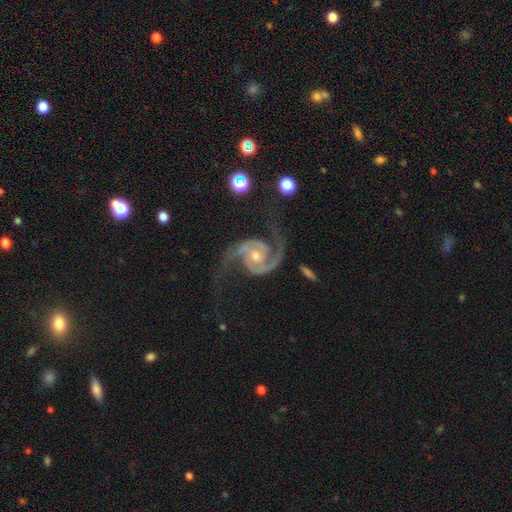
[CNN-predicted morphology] A featured or disk galaxy (93%) with no bar (63%), 2 (94%) medium (57%) spiral arms (99%) and a moderate central bulge (58%). Merging: none (70%).